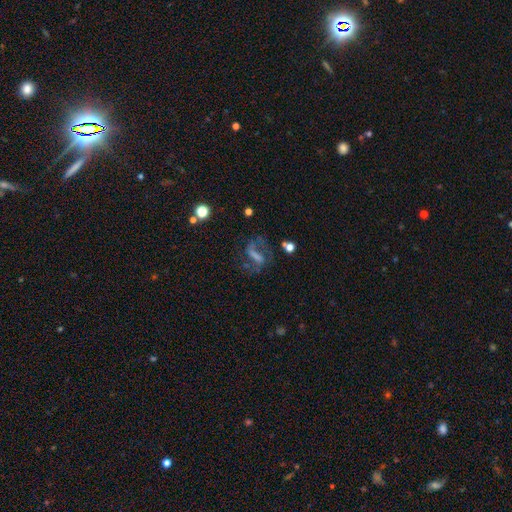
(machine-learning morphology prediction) This is likely a featured or disk galaxy (62%). It is clearly not viewed edge-on (90%). Bar: possibly strong (55%). Spiral arm pattern: likely yes (76%). Central bulge: possibly none (49%). Merging: possibly none (59%).